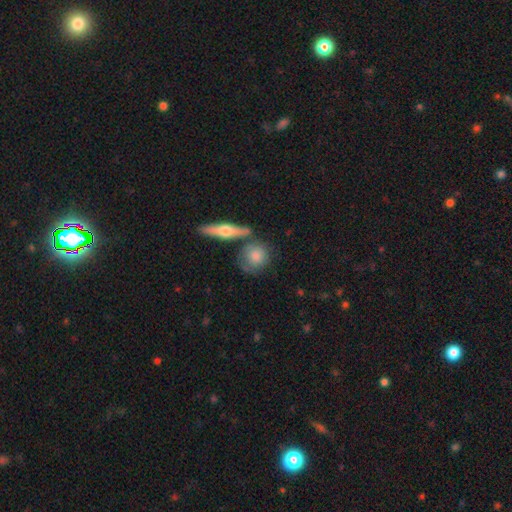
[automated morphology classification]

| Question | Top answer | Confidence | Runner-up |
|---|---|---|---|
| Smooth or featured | smooth | 72% | featured or disk (22%) |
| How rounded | round | 75% | in between (20%) |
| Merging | none | 62% | minor disturbance (17%) |